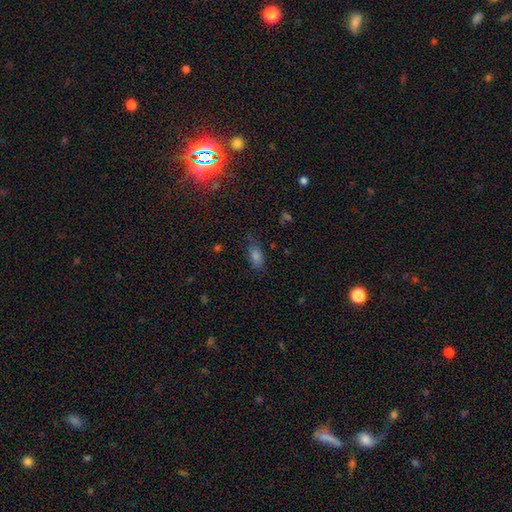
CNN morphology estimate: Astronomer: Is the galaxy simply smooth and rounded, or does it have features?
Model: smooth — 64%.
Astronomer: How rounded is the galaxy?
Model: in between — 82%.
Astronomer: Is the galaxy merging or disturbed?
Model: none — 68%.